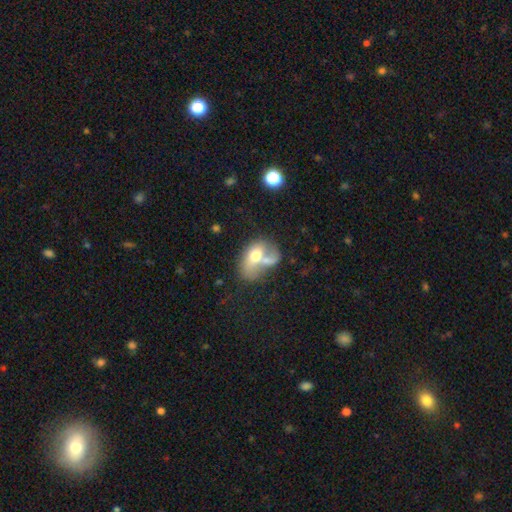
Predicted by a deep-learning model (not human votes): smooth-or-featured: smooth: 59% | featured or disk: 33% | star or artifact: 8%
  how-rounded: in between: 78% | round: 20% | cigar-shaped: 2%
  merging: merger: 59% | none: 16% | major disturbance: 14% | minor disturbance: 11%